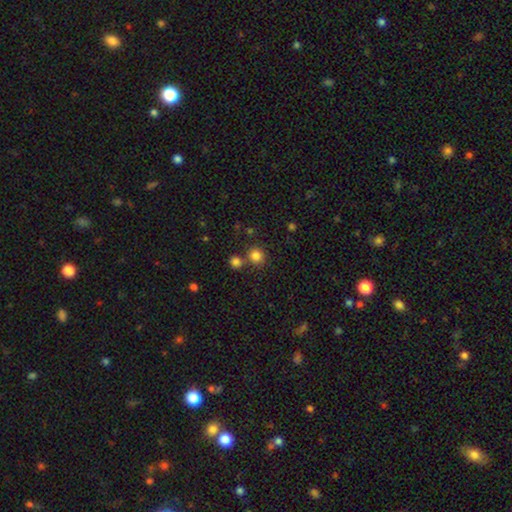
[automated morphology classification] This appears to be a smooth galaxy with no disk features (82%) that is round (87%). Merging: none (68%).